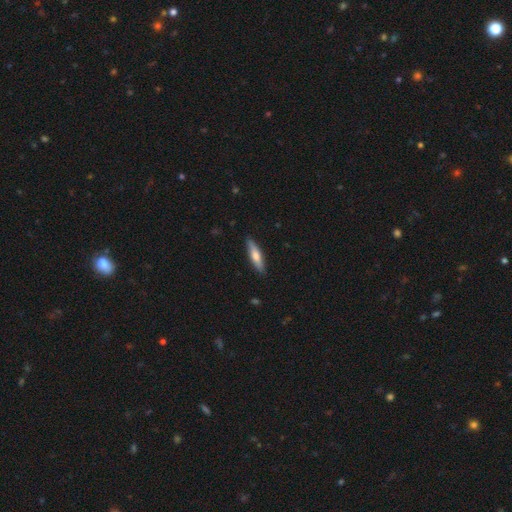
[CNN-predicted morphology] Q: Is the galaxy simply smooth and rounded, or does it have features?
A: smooth — 62%.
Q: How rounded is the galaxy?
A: cigar-shaped — 76%.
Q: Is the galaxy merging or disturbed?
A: none — 88%.